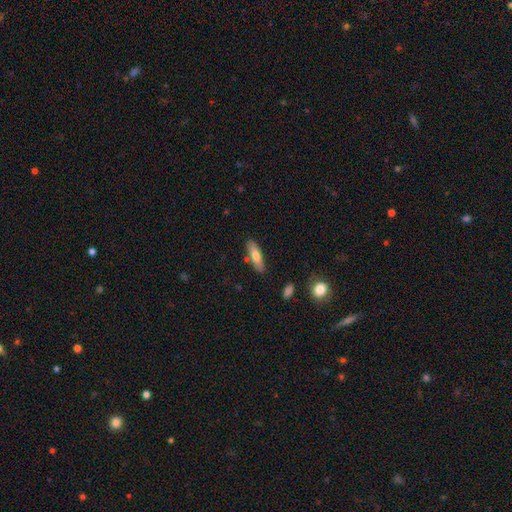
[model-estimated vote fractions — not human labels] Morphology: type=smooth (71%); roundness=cigar-shaped (56%); merging=none (82%).